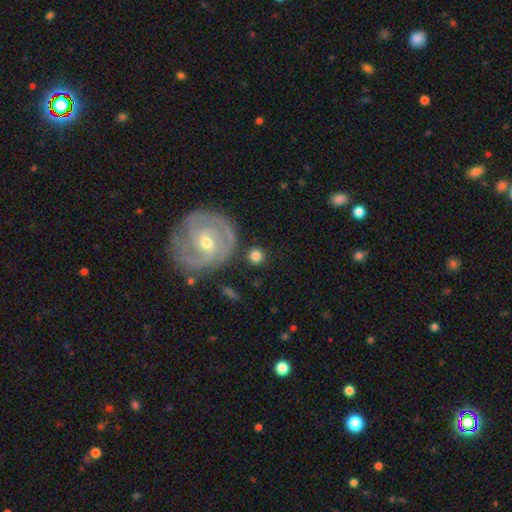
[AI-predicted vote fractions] This is likely a smooth galaxy (72%). How rounded: clearly round (91%). Merging: clearly none (83%).